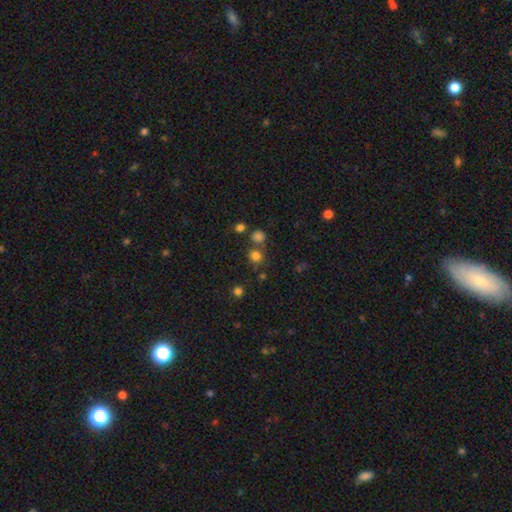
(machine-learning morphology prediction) A smooth galaxy with no disk features (76%) that is round (88%).

Vote fractions:
- Smooth or featured? smooth: 76% / star or artifact: 18% / featured or disk: 6%
- How rounded? round: 88% / in between: 11% / cigar-shaped: 1%
- Merging? none: 73% / merger: 14% / minor disturbance: 9% / major disturbance: 4%